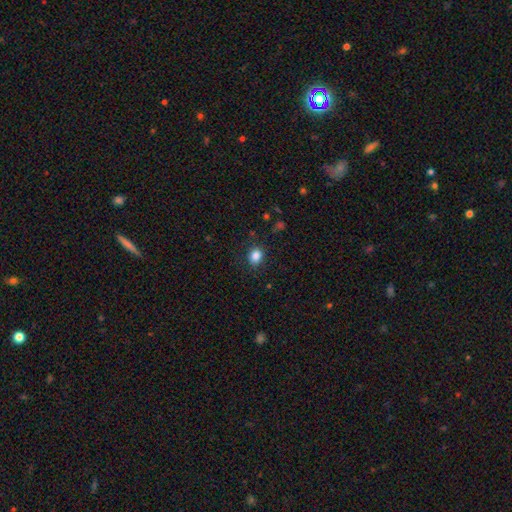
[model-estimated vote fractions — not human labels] smooth-or-featured: smooth: 85% | star or artifact: 11% | featured or disk: 4%
  how-rounded: round: 61% | in between: 38% | cigar-shaped: 1%
  merging: none: 86% | minor disturbance: 10% | major disturbance: 3% | merger: 1%